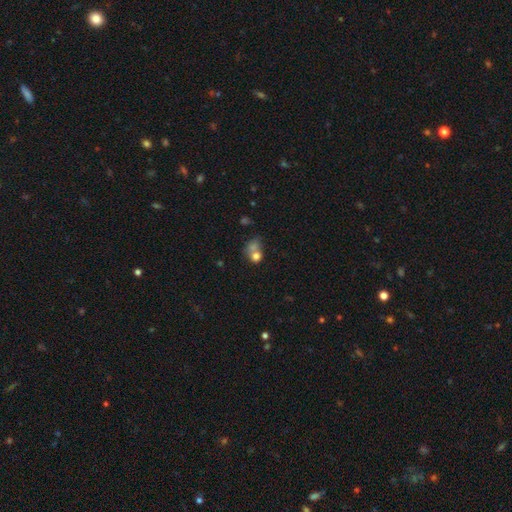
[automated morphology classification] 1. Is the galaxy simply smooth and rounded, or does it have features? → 73% smooth, 15% featured or disk, 12% star or artifact.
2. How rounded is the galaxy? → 58% round, 41% in between, 1% cigar-shaped.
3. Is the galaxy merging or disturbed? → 55% merger, 25% none, 10% minor disturbance, 9% major disturbance.